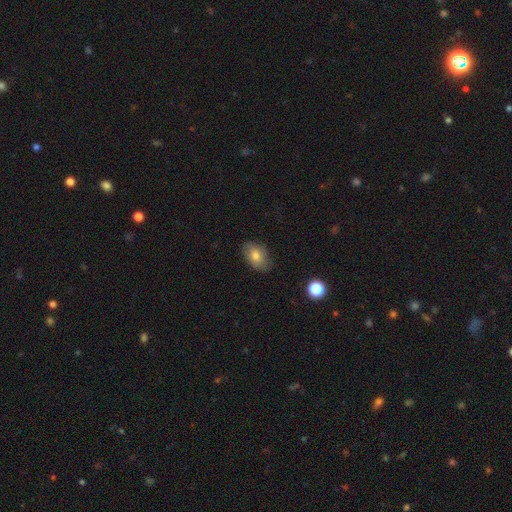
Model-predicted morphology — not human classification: This appears to be a smooth galaxy with no disk features (78%) that is in between round and cigar-shaped (88%). Merging: none (78%).